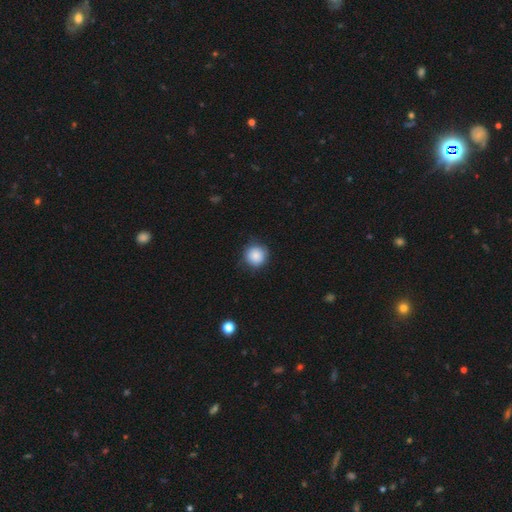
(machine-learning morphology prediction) type=smooth (86%); roundness=round (94%); merging=none (82%).